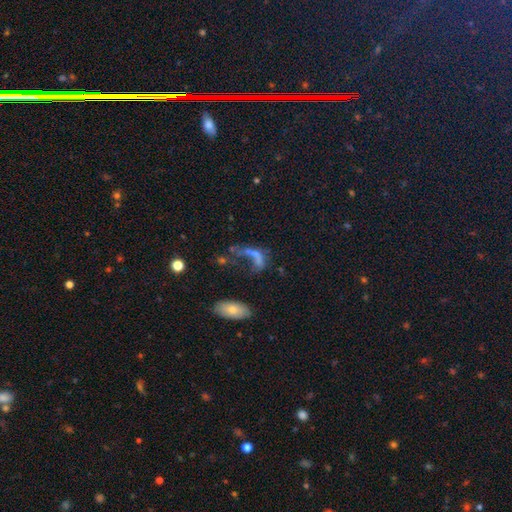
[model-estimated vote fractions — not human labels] smooth 47%, featured or disk 37%, star or artifact 17%. Down the decision tree: merging — merger (36%).